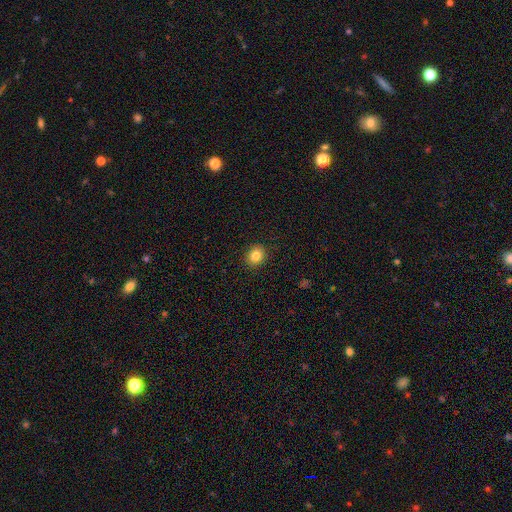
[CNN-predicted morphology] type=smooth (84%); roundness=round (69%); merging=none (91%).